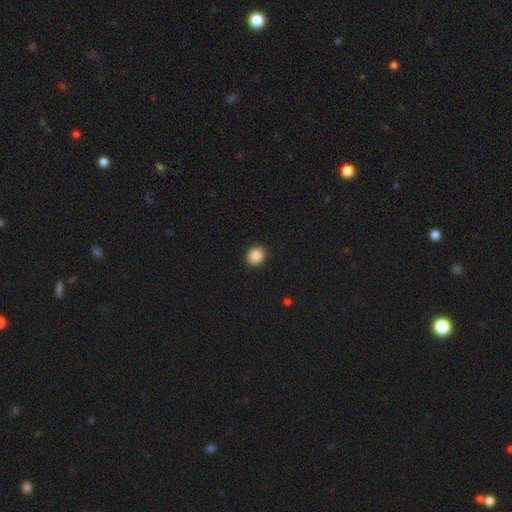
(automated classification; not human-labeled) Smooth or featured? smooth (88%)
How rounded? round (75%)
Merging? none (92%)